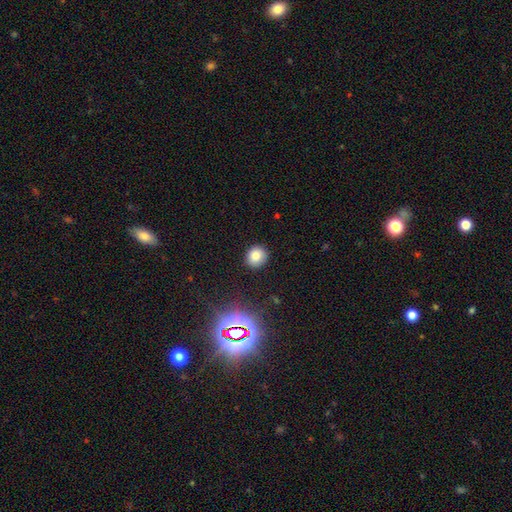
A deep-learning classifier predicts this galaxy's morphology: A smooth galaxy with no disk features (80%) that is round (80%).

Vote fractions:
- Smooth or featured? smooth: 80% / star or artifact: 14% / featured or disk: 6%
- How rounded? round: 80% / in between: 19% / cigar-shaped: 1%
- Merging? none: 88% / minor disturbance: 8% / major disturbance: 2% / merger: 1%